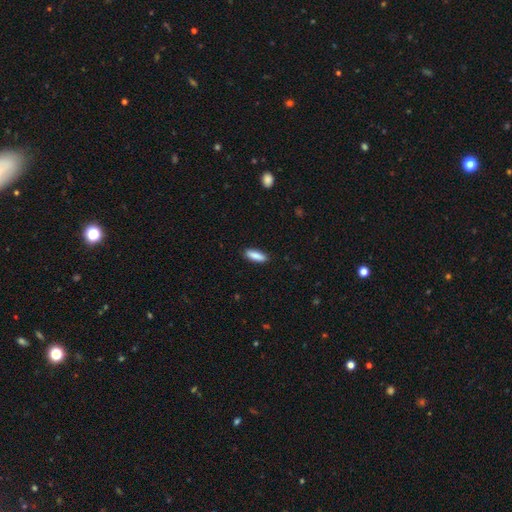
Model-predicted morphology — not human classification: This is clearly a smooth galaxy (89%). How rounded: possibly in between (53%). Merging: clearly none (89%).